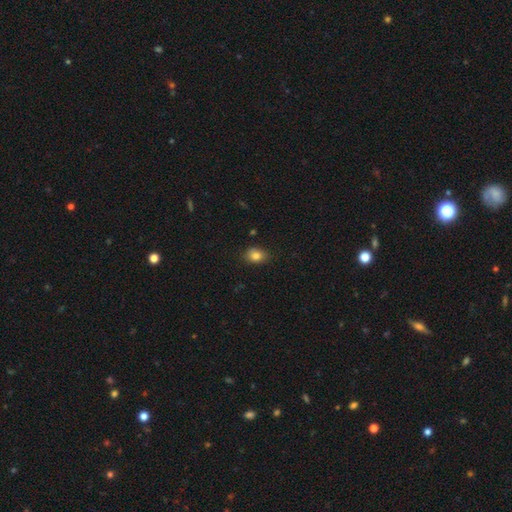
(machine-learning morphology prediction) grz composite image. It shows a smooth galaxy with no disk features (83%) that is in between round and cigar-shaped (58%). Merging: none (82%).